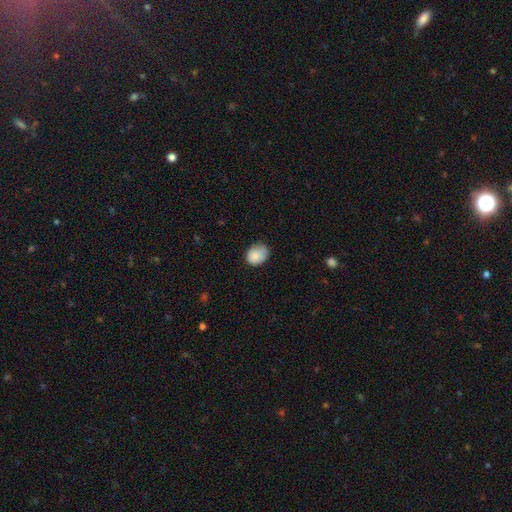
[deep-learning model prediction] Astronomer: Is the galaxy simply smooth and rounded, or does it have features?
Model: smooth — 86%.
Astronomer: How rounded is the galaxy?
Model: in between — 54% (runner-up: round, 45%).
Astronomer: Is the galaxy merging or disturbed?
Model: none — 64%.